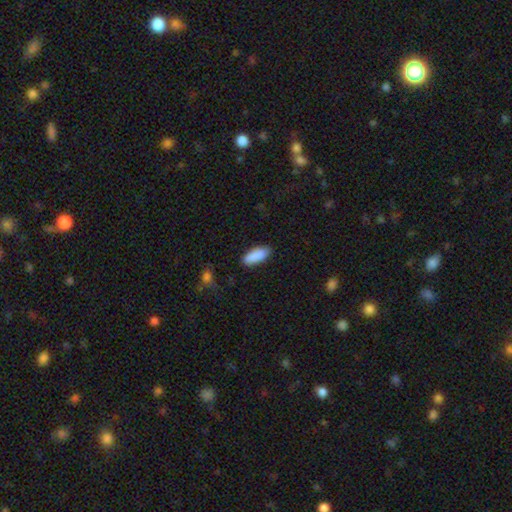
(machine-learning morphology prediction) Overall: smooth (89%). How rounded: in between (74%). Merging: none (86%).